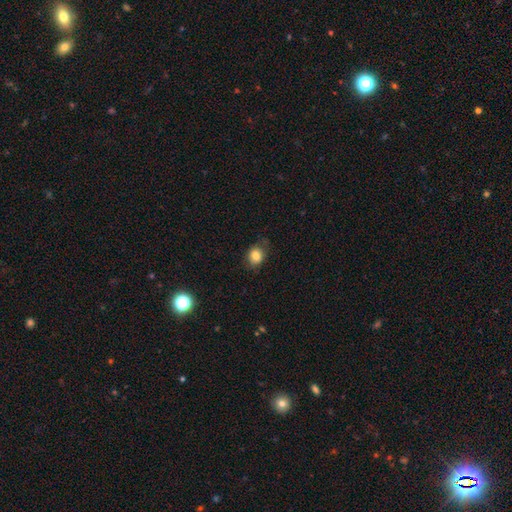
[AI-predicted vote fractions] Overall: smooth (82%). How rounded: round (58%; in between 41%). Merging: none (74%).